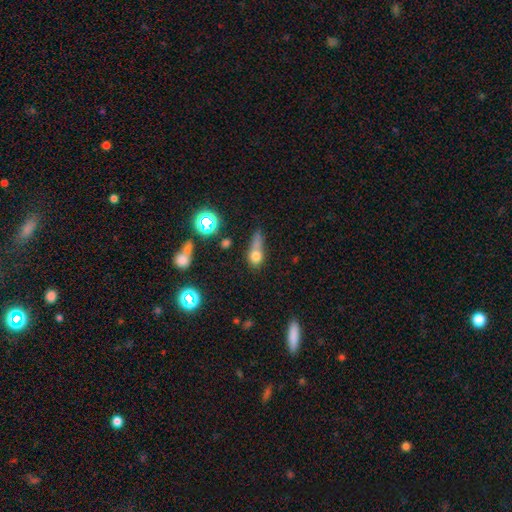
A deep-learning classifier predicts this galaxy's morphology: This appears to be a smooth galaxy with no disk features (68%) that is round (47%). Merging: merger (32%).